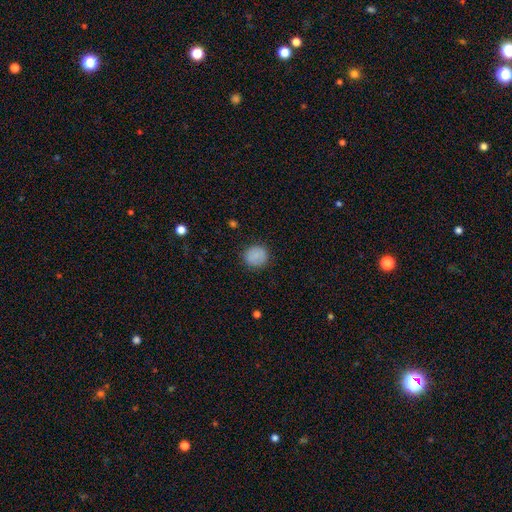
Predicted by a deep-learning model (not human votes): Smooth or featured: smooth — 87% (star or artifact — 8%)
How rounded: round — 88% (in between — 11%)
Merging: none — 87% (minor disturbance — 9%)